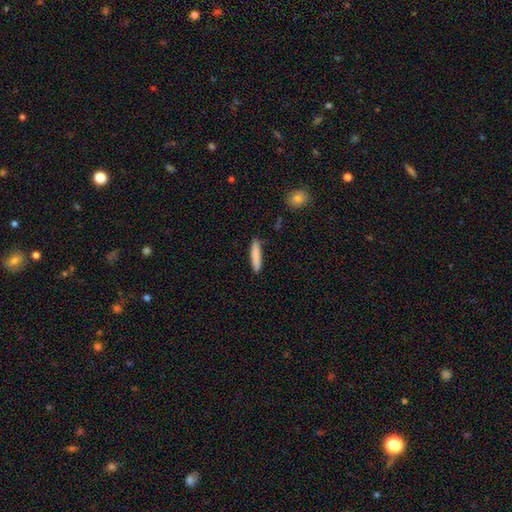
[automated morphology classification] This is clearly a smooth galaxy (83%). How rounded: clearly cigar-shaped (88%). Merging: clearly none (88%).